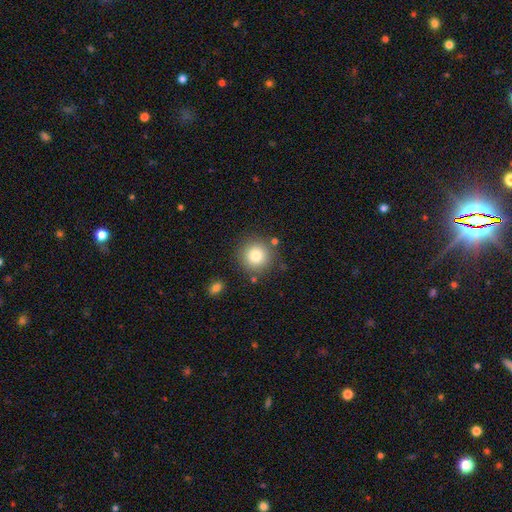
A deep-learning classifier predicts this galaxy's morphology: The model was most divided on "smooth or featured": smooth: 81%, star or artifact: 10%, featured or disk: 9%. More confident: how rounded — round (94%); merging — none (83%).